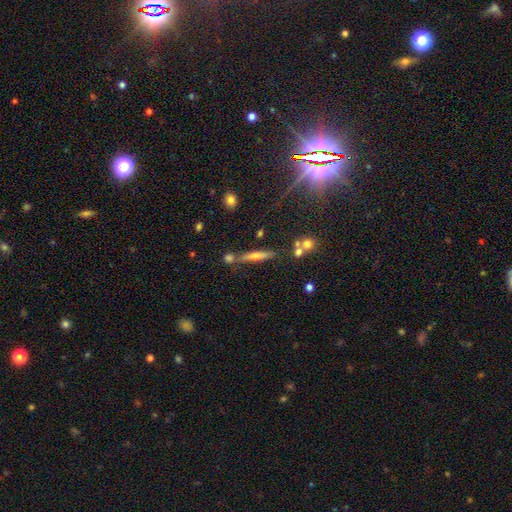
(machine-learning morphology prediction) Smooth or featured? featured or disk (50%)
Merging? none (73%)